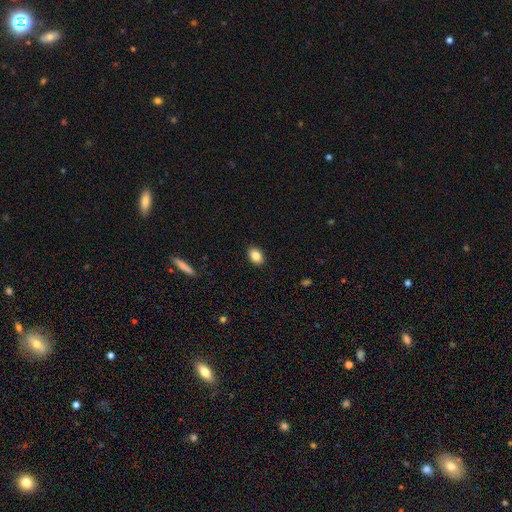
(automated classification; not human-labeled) The model was most divided on "how rounded": in between: 82%, round: 16%, cigar-shaped: 1%. More confident: merging — none (89%); smooth or featured — smooth (85%).